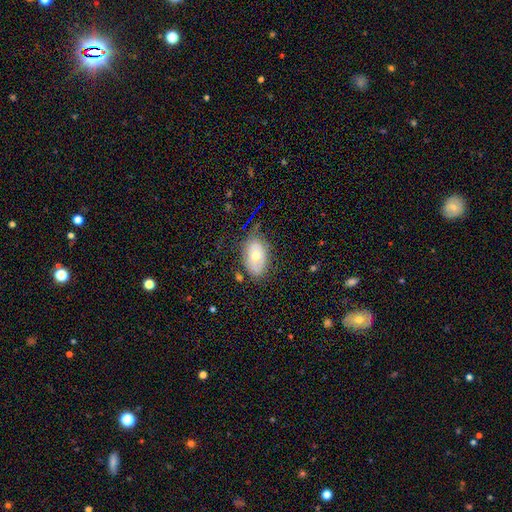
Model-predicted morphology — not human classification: Smooth or featured: smooth — 55% (featured or disk — 36%)
How rounded: in between — 88% (round — 11%)
Merging: none — 66% (minor disturbance — 23%)